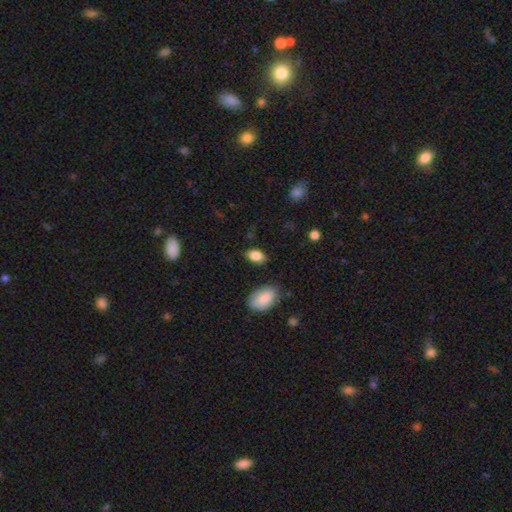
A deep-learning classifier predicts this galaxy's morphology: A smooth galaxy with no disk features (84%) that is in between round and cigar-shaped (89%).

Vote fractions:
- Smooth or featured? smooth: 84% / star or artifact: 8% / featured or disk: 8%
- How rounded? in between: 89% / round: 8% / cigar-shaped: 2%
- Merging? none: 80% / minor disturbance: 14% / major disturbance: 3% / merger: 2%